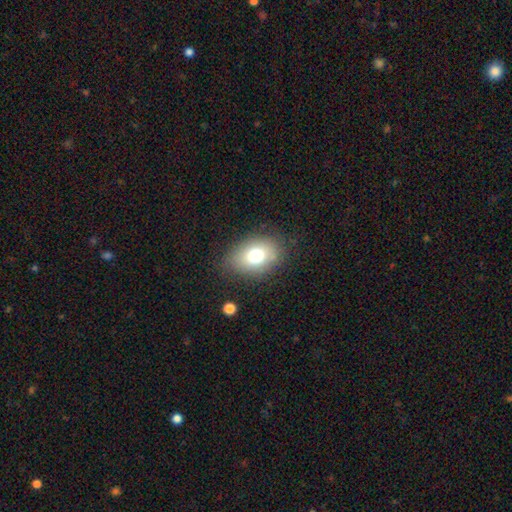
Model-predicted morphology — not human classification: Smooth or featured?
  - smooth: 73% *
  - featured or disk: 16%
  - star or artifact: 12%
How rounded?
  - in between: 76% *
  - round: 23%
  - cigar-shaped: 1%
Merging?
  - none: 80% *
  - minor disturbance: 14%
  - major disturbance: 5%
  - merger: 1%